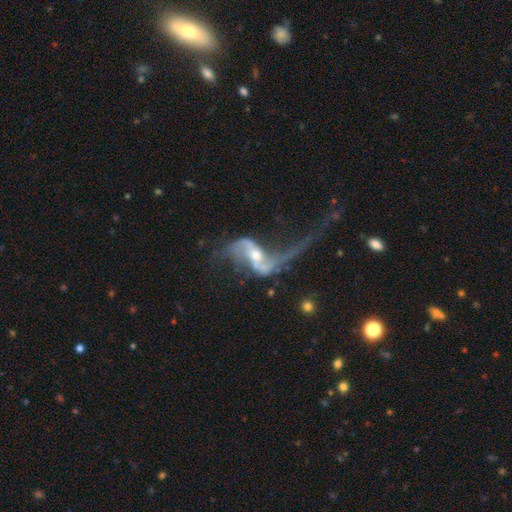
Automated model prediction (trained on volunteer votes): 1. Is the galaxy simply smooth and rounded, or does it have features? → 87% featured or disk, 7% smooth, 6% star or artifact.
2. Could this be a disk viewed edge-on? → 95% no, 5% yes.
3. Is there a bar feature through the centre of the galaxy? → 37% weak (tied), 37% no (tied), 26% strong.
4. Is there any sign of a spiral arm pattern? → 90% yes, 10% no.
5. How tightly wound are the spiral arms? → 89% loose, 8% medium, 3% tight.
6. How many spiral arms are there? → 87% 2, 6% 1, 3% can't tell, 1% 3, 1% 4, 1% more than 4.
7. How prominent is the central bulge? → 49% moderate, 44% small, 3% large, 3% none, 1% dominant.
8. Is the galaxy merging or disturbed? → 40% major disturbance, 29% none, 18% merger, 13% minor disturbance.